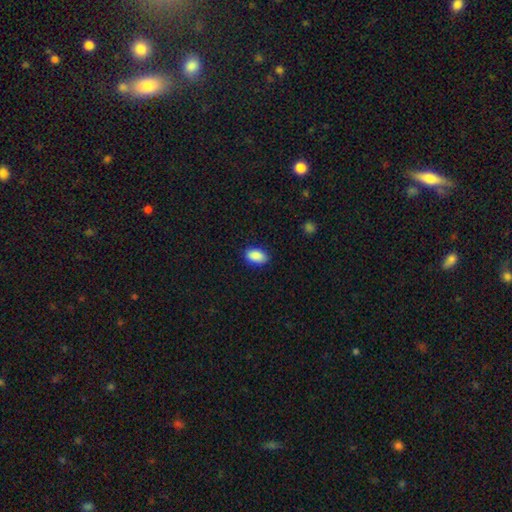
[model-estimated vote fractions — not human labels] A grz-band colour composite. It shows a smooth galaxy with no disk features (90%) that is in between round and cigar-shaped (92%). Merging: none (85%).